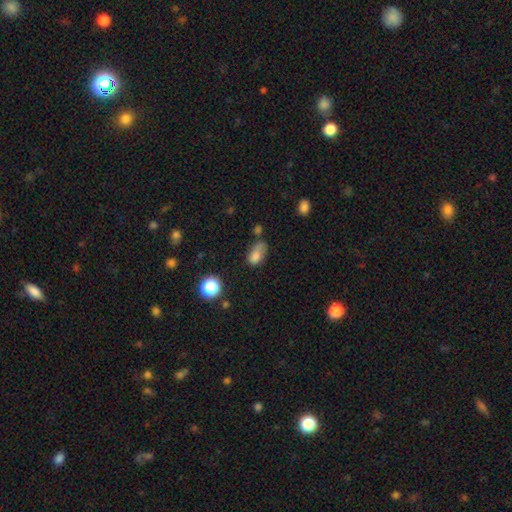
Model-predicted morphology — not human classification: This is likely a smooth galaxy (76%). How rounded: clearly in between (85%). Merging: marginally none (34%).